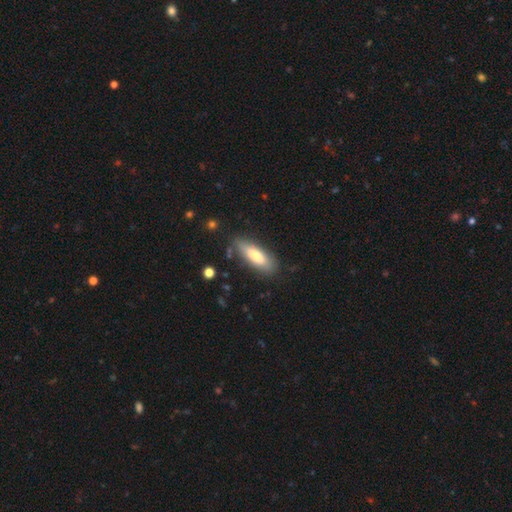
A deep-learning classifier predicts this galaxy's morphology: Smooth or featured? Predicted: smooth (p=0.74). How rounded? Predicted: in between (p=0.56). Merging? Predicted: none (p=0.81).